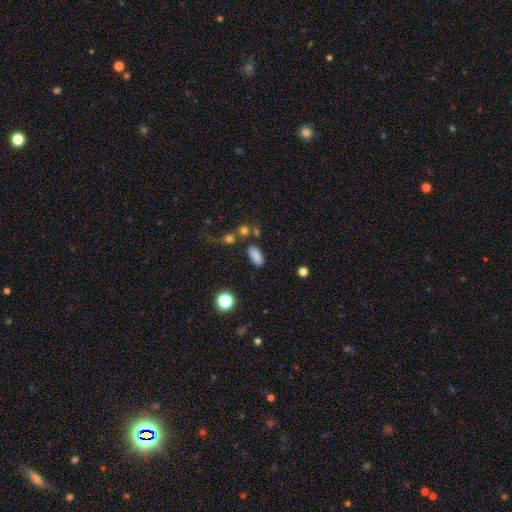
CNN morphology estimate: This appears to be a smooth galaxy with no disk features (83%) that is in between round and cigar-shaped (88%). Merging: none (78%).